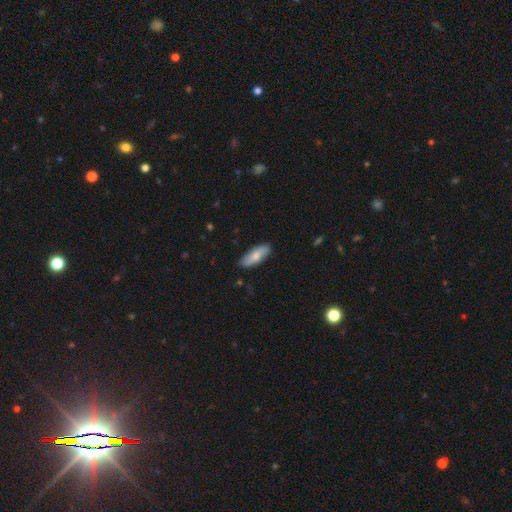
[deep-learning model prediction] smooth_or_featured: smooth (p=0.71) [alt: featured or disk p=0.24]
how_rounded: in between (p=0.71) [alt: cigar-shaped p=0.27]
merging: none (p=0.83) [alt: minor disturbance p=0.13]